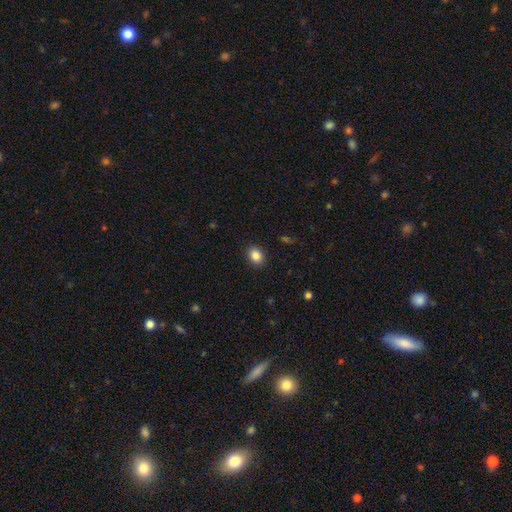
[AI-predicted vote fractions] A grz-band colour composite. It shows a smooth galaxy with no disk features (86%) that is in between round and cigar-shaped (57%). Merging: none (90%).